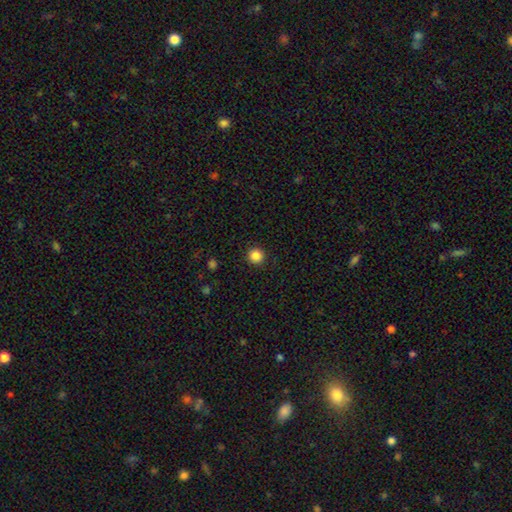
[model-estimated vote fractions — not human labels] Morphology: type=smooth (86%); roundness=round (95%); merging=none (92%).